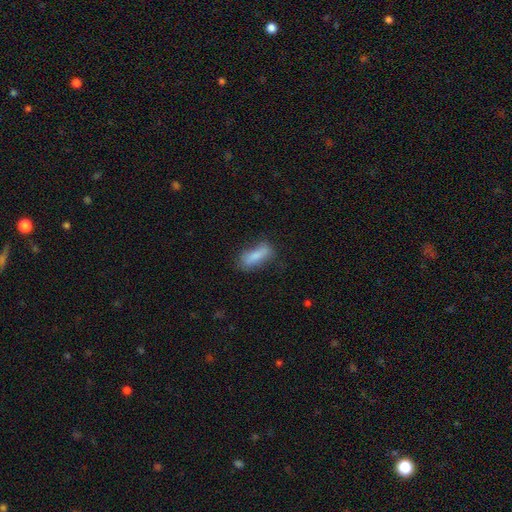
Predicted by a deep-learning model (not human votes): Smooth or featured? smooth (80%)
How rounded? in between (60%)
Merging? none (65%)